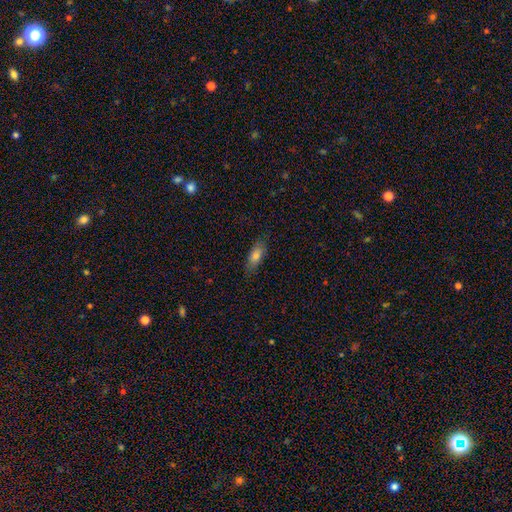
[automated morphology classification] A smooth galaxy with no disk features (77%) that is in between round and cigar-shaped (74%).

Vote fractions:
- Smooth or featured? smooth: 77% / featured or disk: 15% / star or artifact: 8%
- How rounded? in between: 74% / cigar-shaped: 23% / round: 3%
- Merging? none: 79% / minor disturbance: 16% / major disturbance: 4% / merger: 1%